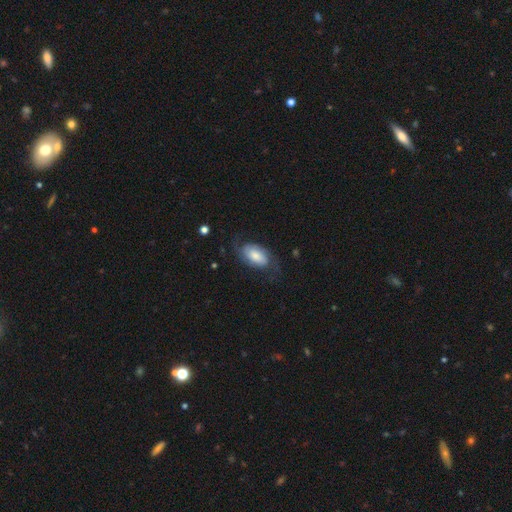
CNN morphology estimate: A featured or disk galaxy (58%) with no bar (59%), spiral arms (88%) and a moderate central bulge (37%).

Vote fractions:
- Smooth or featured? featured or disk: 58% / smooth: 35% / star or artifact: 7%
- Edge-on disk? no: 95% / yes: 5%
- Bar? no: 59% / weak: 31% / strong: 10%
- Spiral arms? yes: 88% / no: 12%
- Bulge size? moderate: 37% / small: 26% / large: 23% / none: 7% / dominant: 7%
- Merging? none: 64% / minor disturbance: 20% / major disturbance: 15% / merger: 1%